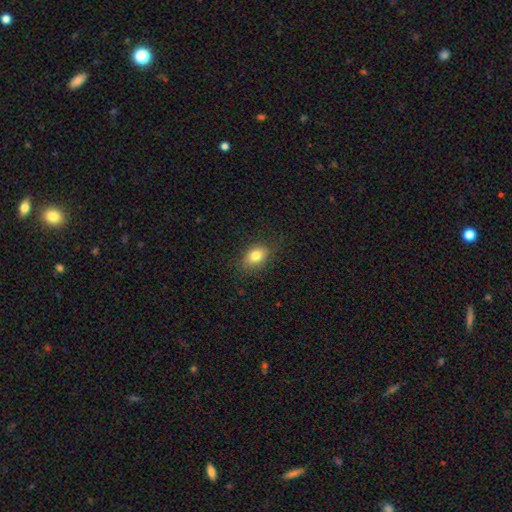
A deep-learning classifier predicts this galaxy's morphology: Smooth or featured? smooth (80%)
How rounded? in between (77%)
Merging? none (79%)